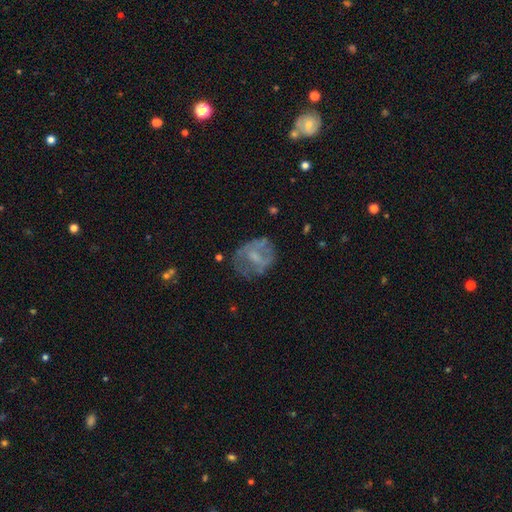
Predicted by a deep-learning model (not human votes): Smooth or featured: featured or disk — 53% (smooth — 37%)
Edge-on disk: no — 97% (yes — 3%)
Bar: no — 58% (weak — 33%)
Spiral arms: no — 67% (yes — 33%)
Bulge size: small — 35% (moderate — 31%)
Merging: none — 53% (minor disturbance — 23%)